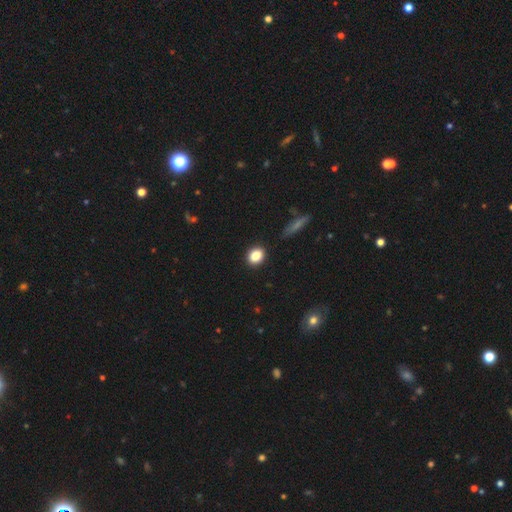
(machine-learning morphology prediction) A smooth galaxy with no disk features (85%) that is round (54%).

Vote fractions:
- Smooth or featured? smooth: 85% / star or artifact: 10% / featured or disk: 6%
- How rounded? round: 54% / in between: 44% / cigar-shaped: 2%
- Merging? none: 90% / minor disturbance: 7% / major disturbance: 2% / merger: 1%